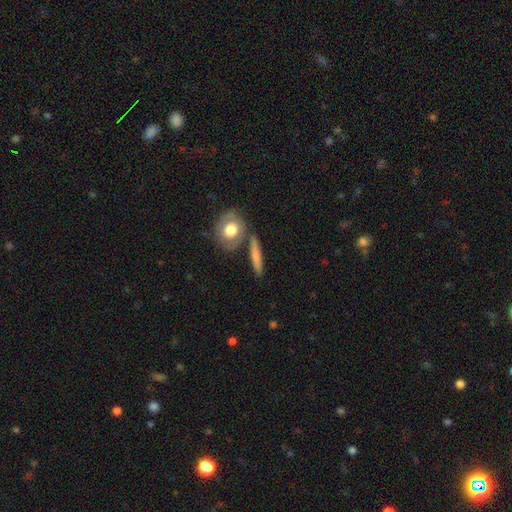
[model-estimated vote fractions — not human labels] smooth-or-featured: smooth: 63% | featured or disk: 31% | star or artifact: 6%
  how-rounded: cigar-shaped: 70% | in between: 16% | round: 13%
  merging: none: 75% | merger: 11% | minor disturbance: 10% | major disturbance: 3%